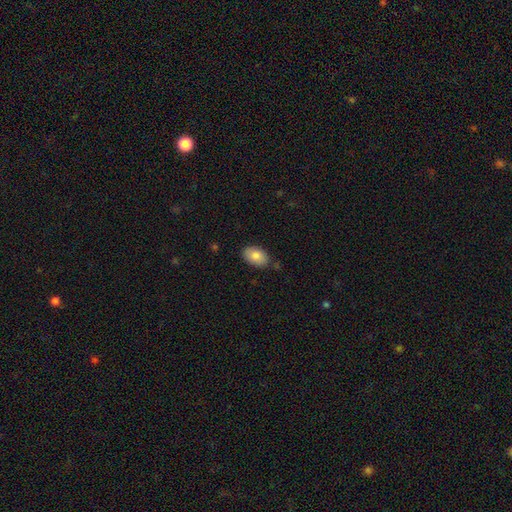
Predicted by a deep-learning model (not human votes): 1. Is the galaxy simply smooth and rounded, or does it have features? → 84% smooth, 9% featured or disk, 7% star or artifact.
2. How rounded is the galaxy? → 90% in between, 8% round, 1% cigar-shaped.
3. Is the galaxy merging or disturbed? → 80% none, 15% minor disturbance, 3% major disturbance, 3% merger.